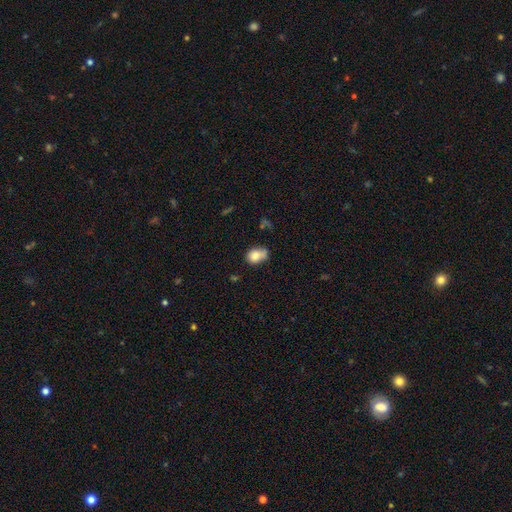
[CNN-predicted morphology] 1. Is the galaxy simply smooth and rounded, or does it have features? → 80% smooth, 11% featured or disk, 9% star or artifact.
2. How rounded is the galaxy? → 62% in between, 37% round, 1% cigar-shaped.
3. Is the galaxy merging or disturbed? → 43% none, 30% minor disturbance, 17% merger, 10% major disturbance.